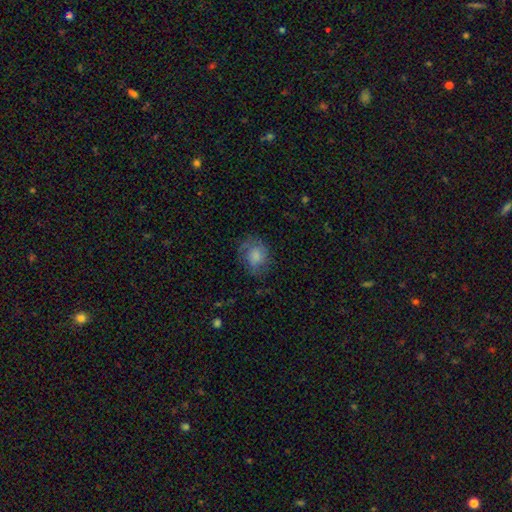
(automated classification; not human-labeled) A smooth galaxy with no disk features (56%) that is round (56%).

Vote fractions:
- Smooth or featured? smooth: 56% / featured or disk: 35% / star or artifact: 9%
- How rounded? round: 56% / in between: 43% / cigar-shaped: 1%
- Merging? none: 58% / minor disturbance: 24% / major disturbance: 16% / merger: 1%